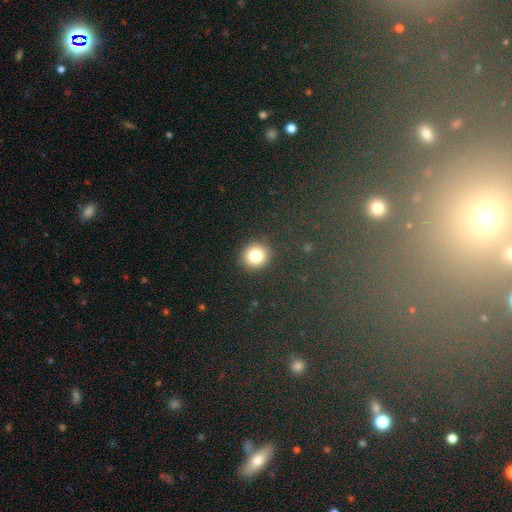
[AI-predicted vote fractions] The model was most divided on "smooth or featured": smooth: 81%, star or artifact: 12%, featured or disk: 7%. More confident: how rounded — round (89%); merging — none (89%).